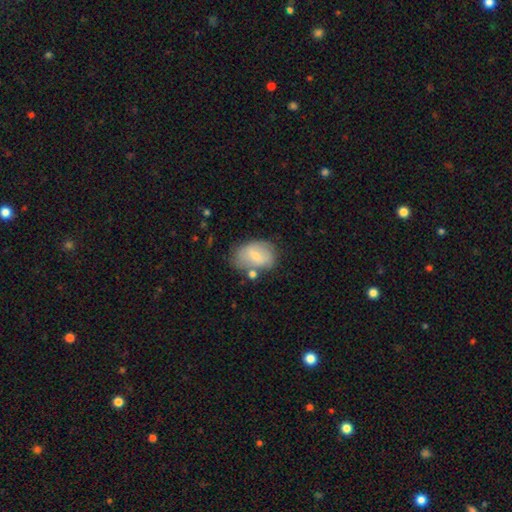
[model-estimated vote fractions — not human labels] Overall: smooth (58%; featured or disk 35%). How rounded: in between (78%). Merging: none (58%; minor disturbance 24%).